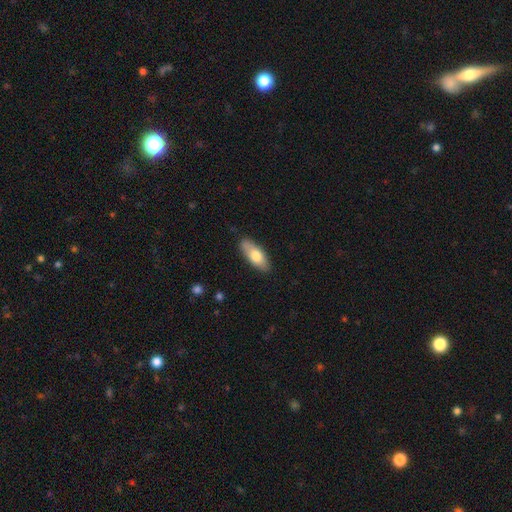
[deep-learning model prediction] smooth 72%, featured or disk 22%, star or artifact 6%. Down the decision tree: how rounded — in between (77%); merging — none (85%).